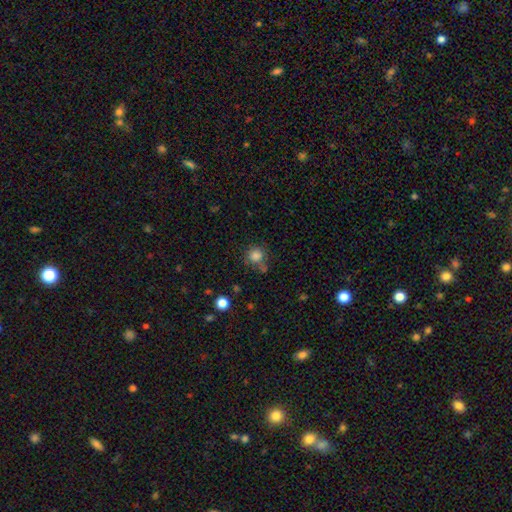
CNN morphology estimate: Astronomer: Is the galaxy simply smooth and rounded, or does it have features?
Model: smooth — 82%.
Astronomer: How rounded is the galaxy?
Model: round — 85%.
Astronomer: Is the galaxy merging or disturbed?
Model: none — 62%.